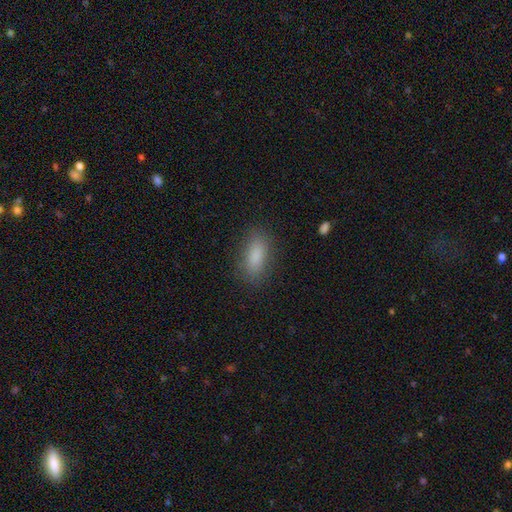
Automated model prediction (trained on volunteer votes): Smooth or featured?
  - smooth: 85% *
  - star or artifact: 8%
  - featured or disk: 7%
How rounded?
  - in between: 81% *
  - cigar-shaped: 15%
  - round: 4%
Merging?
  - none: 85% *
  - minor disturbance: 11%
  - major disturbance: 3%
  - merger: 1%